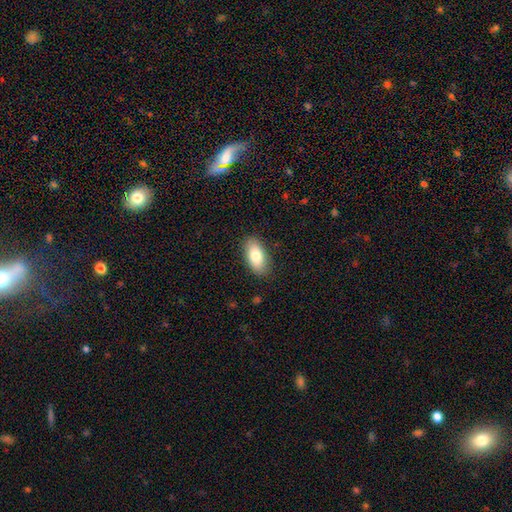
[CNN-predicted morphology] A smooth galaxy with no disk features (80%) that is in between round and cigar-shaped (92%). Merging: none (87%).